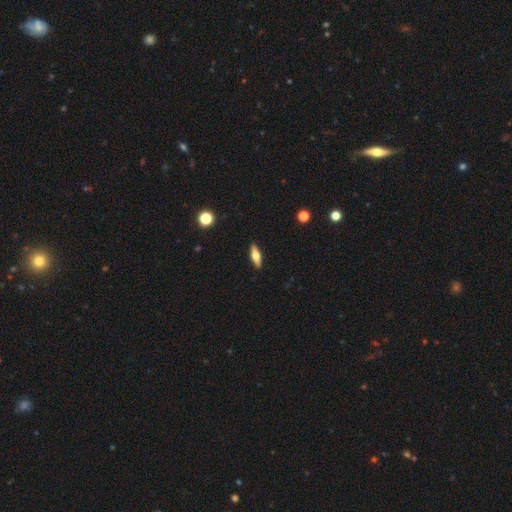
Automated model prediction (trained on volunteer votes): A featured or disk galaxy (47%). Merging: none (90%).